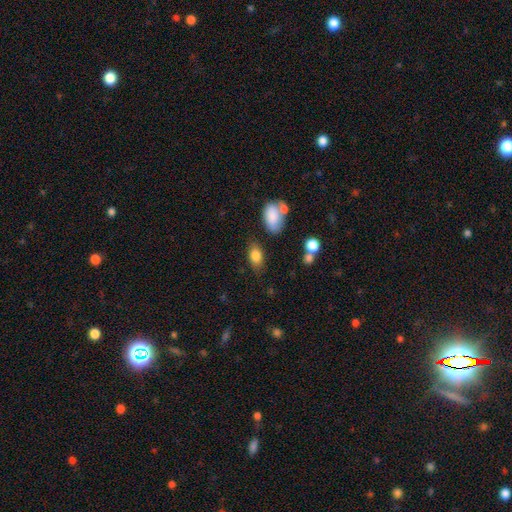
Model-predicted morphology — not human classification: Smooth or featured? smooth (83%)
How rounded? in between (89%)
Merging? none (75%)